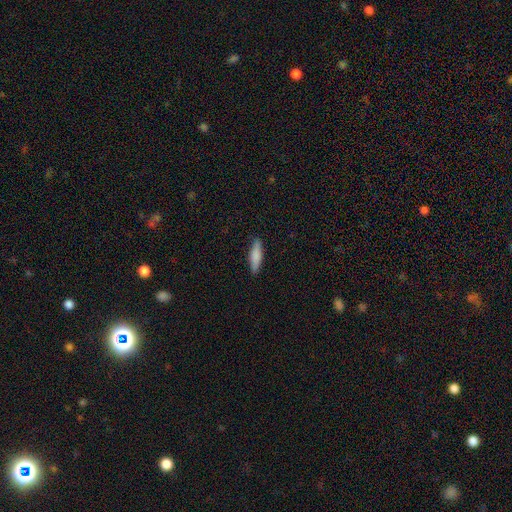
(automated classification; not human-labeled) Q: Smooth or featured?
A: smooth (77%); runner-up: featured or disk (17%)
Q: How rounded?
A: cigar-shaped (70%); runner-up: in between (28%)
Q: Merging?
A: none (87%); runner-up: minor disturbance (10%)